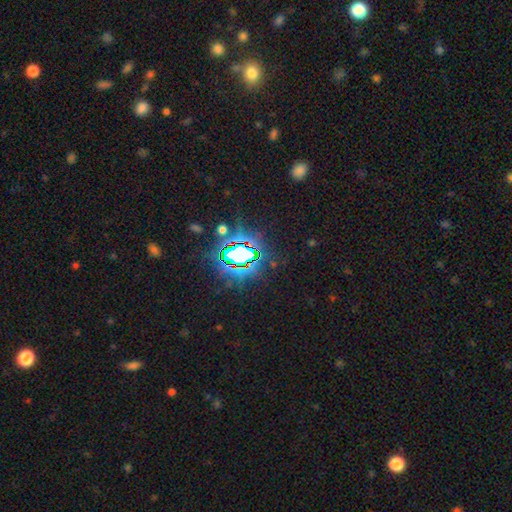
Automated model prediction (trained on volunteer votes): Smooth or featured: star or artifact — 82% (smooth — 11%)